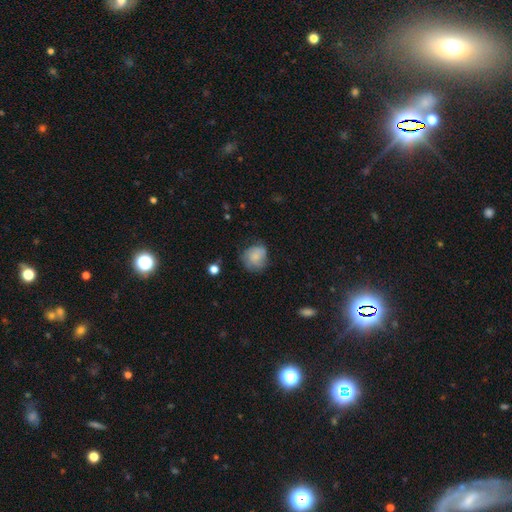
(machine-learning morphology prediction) A smooth galaxy with no disk features (73%) that is round (76%).

Vote fractions:
- Smooth or featured? smooth: 73% / featured or disk: 19% / star or artifact: 8%
- How rounded? round: 76% / in between: 23% / cigar-shaped: 1%
- Merging? none: 58% / minor disturbance: 29% / major disturbance: 11% / merger: 2%